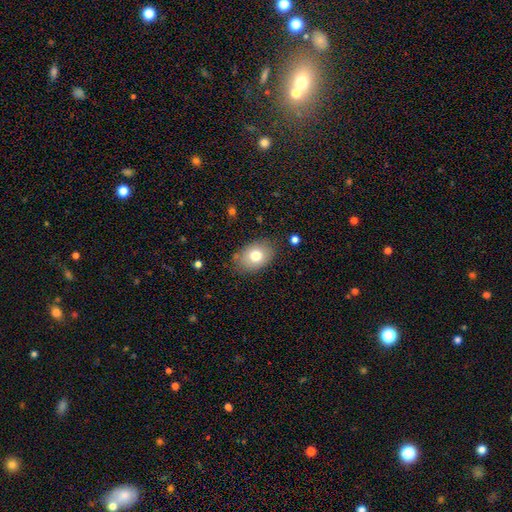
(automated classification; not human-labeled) Overall: smooth (76%). How rounded: in between (78%). Merging: none (80%).